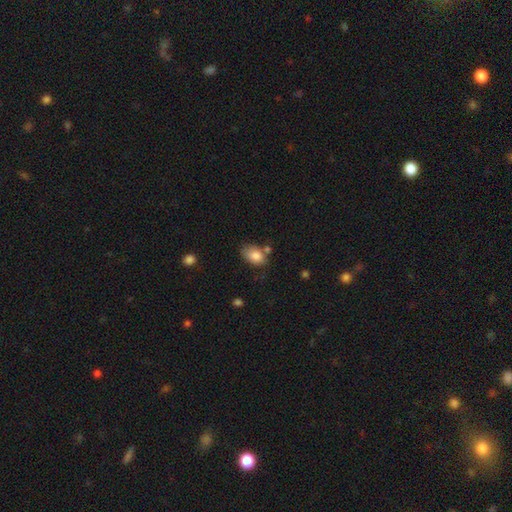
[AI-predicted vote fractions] Q: Smooth or featured?
A: smooth (83%); runner-up: featured or disk (9%)
Q: How rounded?
A: in between (86%); runner-up: round (13%)
Q: Merging?
A: none (58%); runner-up: minor disturbance (25%)